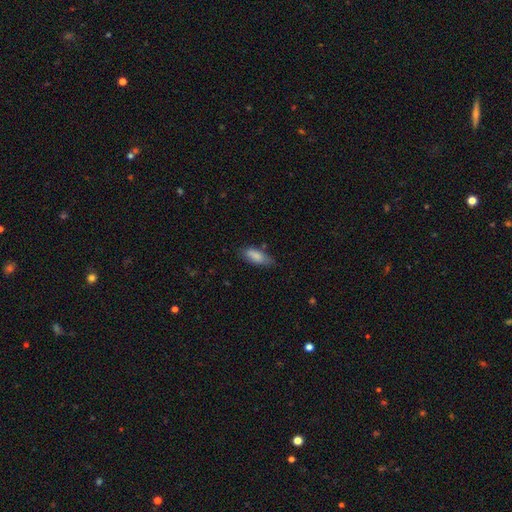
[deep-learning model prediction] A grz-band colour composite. It shows a smooth galaxy with no disk features (85%) that is in between round and cigar-shaped (77%). Merging: none (68%).